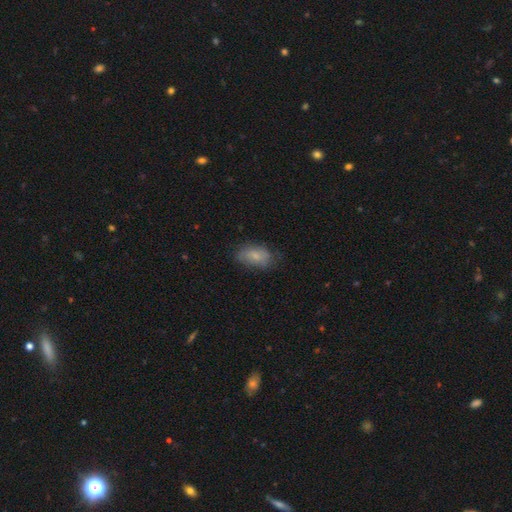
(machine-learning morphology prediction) A smooth galaxy with no disk features (73%) that is in between round and cigar-shaped (90%).

Vote fractions:
- Smooth or featured? smooth: 73% / featured or disk: 19% / star or artifact: 8%
- How rounded? in between: 90% / round: 7% / cigar-shaped: 3%
- Merging? none: 63% / minor disturbance: 27% / major disturbance: 8% / merger: 1%